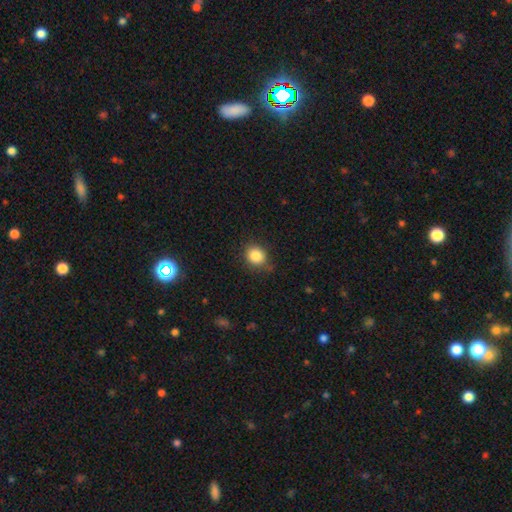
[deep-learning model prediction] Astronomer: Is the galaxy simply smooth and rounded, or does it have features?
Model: smooth — 85%.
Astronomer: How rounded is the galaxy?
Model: round — 78%.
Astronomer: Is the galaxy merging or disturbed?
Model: none — 78%.